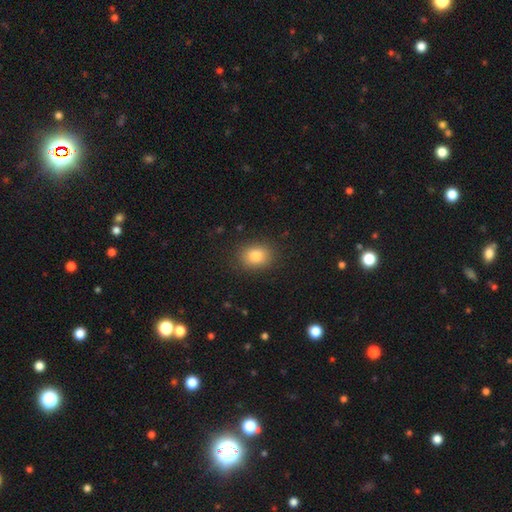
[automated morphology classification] Q: Smooth or featured?
A: smooth (83%); runner-up: star or artifact (10%)
Q: How rounded?
A: in between (52%); runner-up: round (47%)
Q: Merging?
A: none (86%); runner-up: minor disturbance (10%)